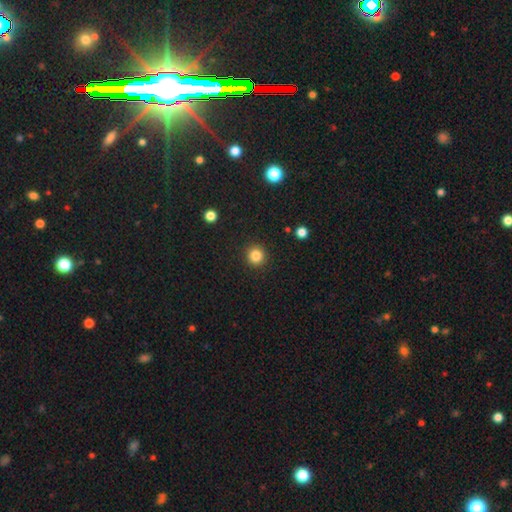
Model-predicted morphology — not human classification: Smooth or featured?
  - smooth: 84% *
  - star or artifact: 12%
  - featured or disk: 4%
How rounded?
  - round: 94% *
  - in between: 5%
  - cigar-shaped: 1%
Merging?
  - none: 92% *
  - minor disturbance: 5%
  - major disturbance: 2%
  - merger: 1%